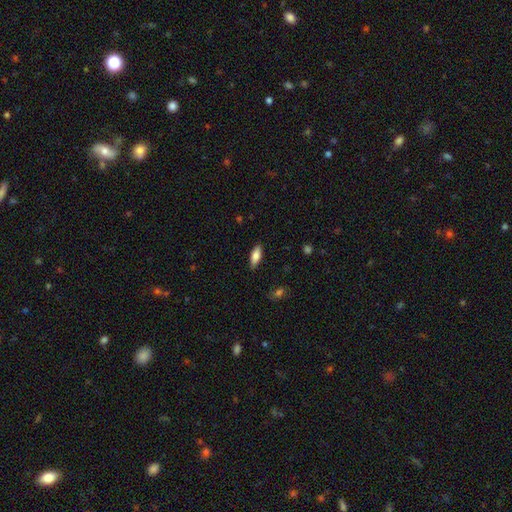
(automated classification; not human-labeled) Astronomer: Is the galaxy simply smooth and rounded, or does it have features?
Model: smooth — 80%.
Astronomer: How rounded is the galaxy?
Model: in between — 74%.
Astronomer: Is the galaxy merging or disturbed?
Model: none — 86%.